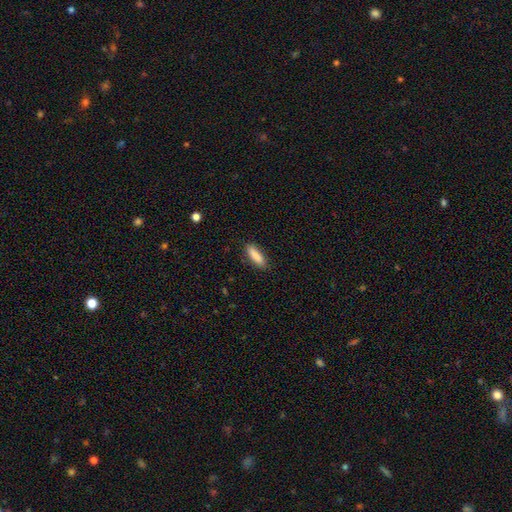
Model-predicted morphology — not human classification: A smooth galaxy with no disk features (87%) that is cigar-shaped (59%).

Vote fractions:
- Smooth or featured? smooth: 87% / featured or disk: 7% / star or artifact: 6%
- How rounded? cigar-shaped: 59% / in between: 39% / round: 2%
- Merging? none: 88% / minor disturbance: 9% / major disturbance: 2% / merger: 1%